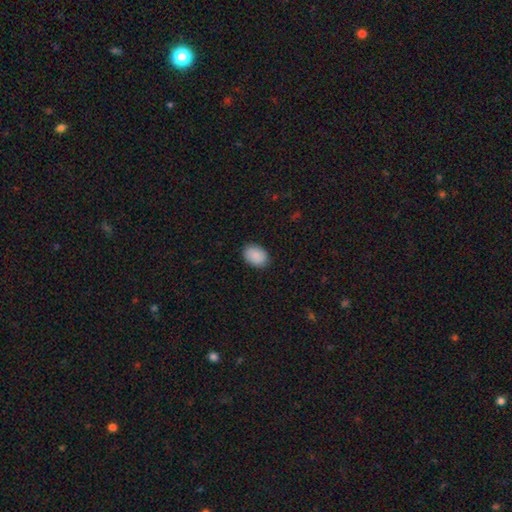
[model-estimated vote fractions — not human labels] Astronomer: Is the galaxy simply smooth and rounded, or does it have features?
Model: smooth — 89%.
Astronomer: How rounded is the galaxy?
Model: in between — 78%.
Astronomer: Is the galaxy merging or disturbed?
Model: none — 88%.